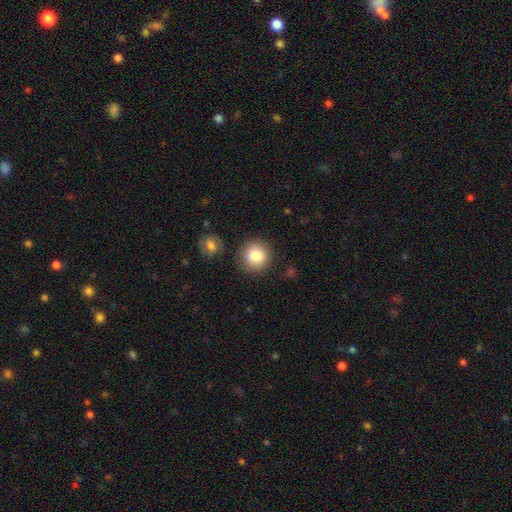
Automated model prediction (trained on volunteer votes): smooth-or-featured: smooth: 83% | star or artifact: 9% | featured or disk: 8%
  how-rounded: round: 92% | in between: 7% | cigar-shaped: 1%
  merging: none: 86% | minor disturbance: 8% | merger: 3% | major disturbance: 3%